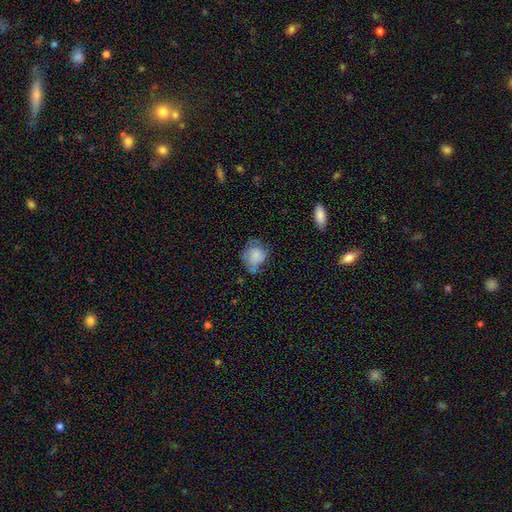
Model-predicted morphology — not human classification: The model was most divided on "merging": none: 42%, minor disturbance: 32%, major disturbance: 21%, merger: 5%. More confident: how rounded — round (57%); smooth or featured — smooth (54%).